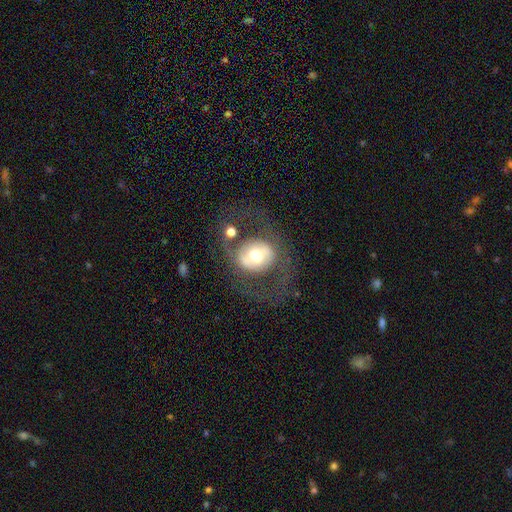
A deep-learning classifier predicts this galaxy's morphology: Overall: featured or disk (52%; smooth 40%). Edge-on disk: no (94%). Merging: none (58%; major disturbance 21%).